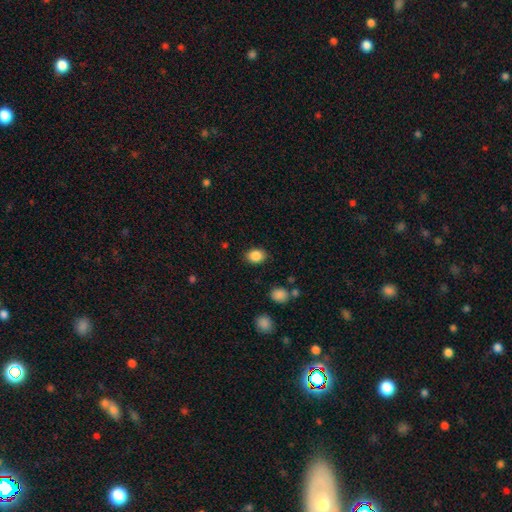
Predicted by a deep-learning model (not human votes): The model was most divided on "how rounded": in between: 59%, round: 40%, cigar-shaped: 1%. More confident: smooth or featured — smooth (87%); merging — none (85%).